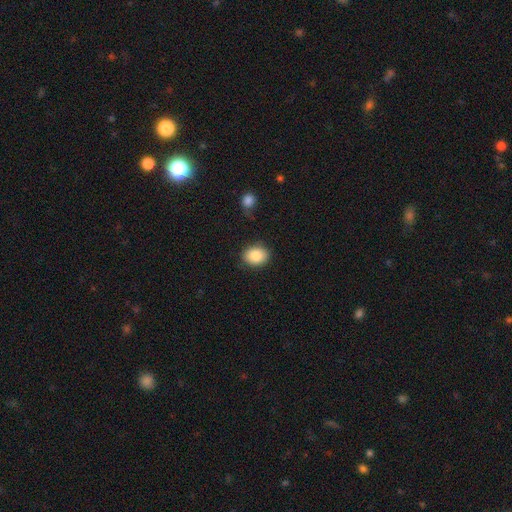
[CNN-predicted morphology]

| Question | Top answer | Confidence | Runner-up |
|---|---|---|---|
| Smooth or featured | smooth | 85% | star or artifact (8%) |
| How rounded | in between | 52% | round (47%) |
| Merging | none | 84% | minor disturbance (11%) |